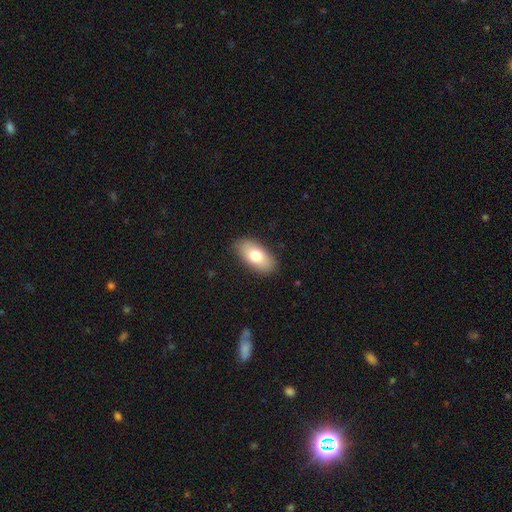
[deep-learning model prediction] This appears to be a smooth galaxy with no disk features (75%) that is in between round and cigar-shaped (92%). Merging: none (87%).